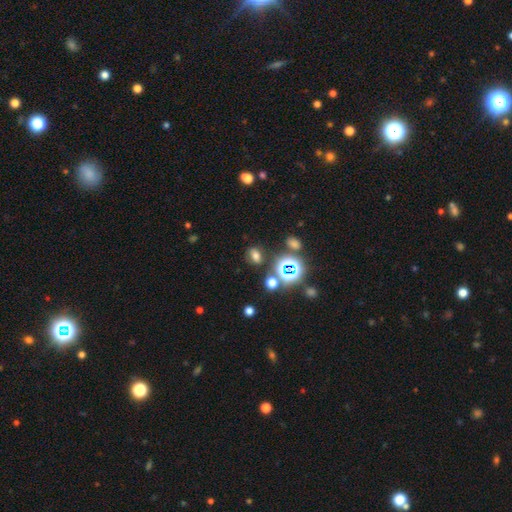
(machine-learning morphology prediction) The model was most divided on "smooth or featured": smooth: 60%, star or artifact: 30%, featured or disk: 10%. More confident: merging — none (78%); how rounded — in between (65%).